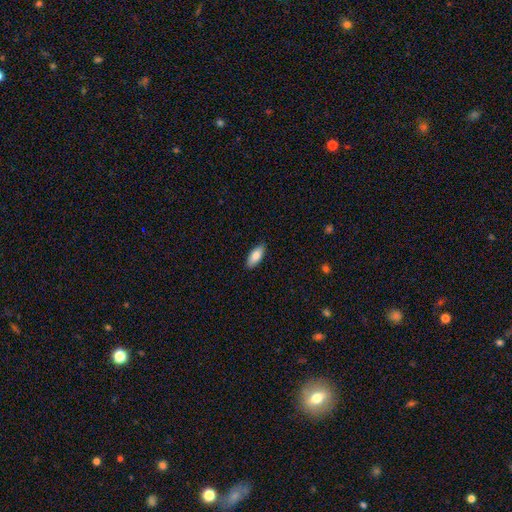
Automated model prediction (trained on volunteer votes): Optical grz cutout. It shows a smooth galaxy with no disk features (85%) that is in between round and cigar-shaped (83%). Merging: none (89%).